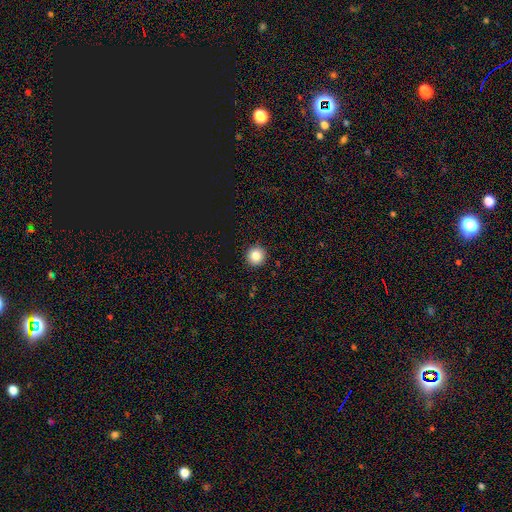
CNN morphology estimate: A smooth galaxy with no disk features (85%) that is round (95%).

Vote fractions:
- Smooth or featured? smooth: 85% / star or artifact: 10% / featured or disk: 5%
- How rounded? round: 95% / in between: 4% / cigar-shaped: 1%
- Merging? none: 93% / minor disturbance: 5% / major disturbance: 1% / merger: 1%